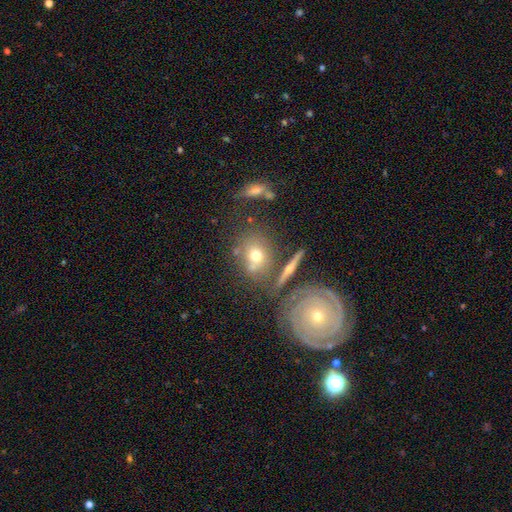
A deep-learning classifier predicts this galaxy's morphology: The model was most divided on "how rounded": round: 57%, in between: 39%, cigar-shaped: 5%. More confident: merging — none (62%); smooth or featured — smooth (60%).